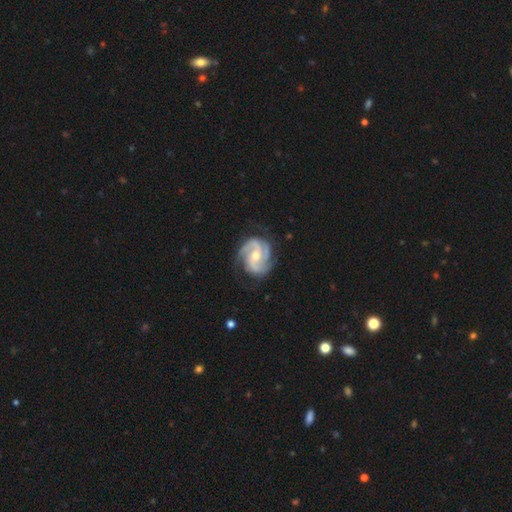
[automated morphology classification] Overall: featured or disk (92%). Edge-on disk: no (98%). Bar: no (51%; weak 38%). Spiral arms: yes (98%). Spiral arm count: 3 (58%; 2 23%). Spiral winding: tight (47%; medium 46%). Bulge size: moderate (62%; small 33%). Merging: none (76%).